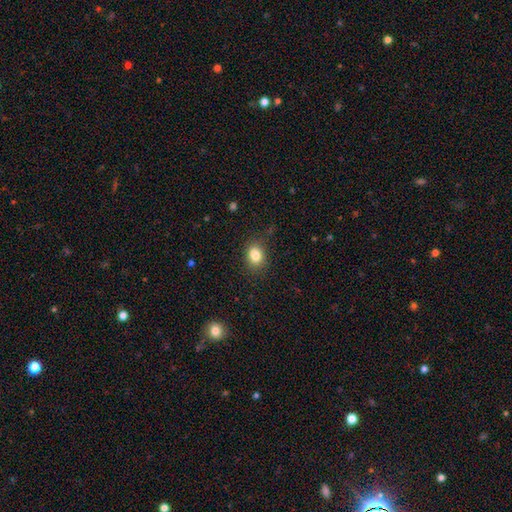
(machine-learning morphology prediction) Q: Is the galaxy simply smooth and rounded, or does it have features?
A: smooth — 83%.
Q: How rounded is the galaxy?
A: in between — 57%.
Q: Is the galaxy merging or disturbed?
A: none — 76%.